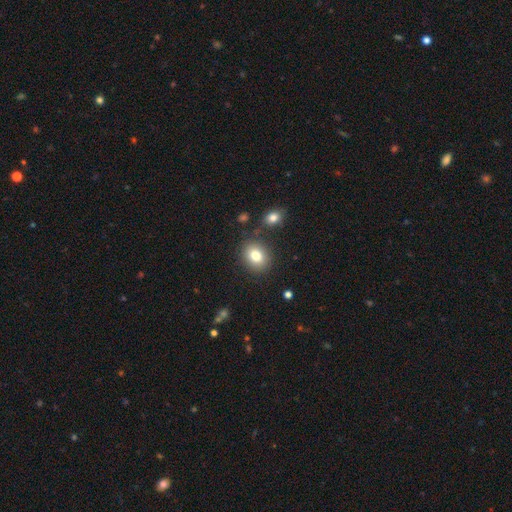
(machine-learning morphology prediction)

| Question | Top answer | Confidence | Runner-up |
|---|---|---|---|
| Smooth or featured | smooth | 81% | star or artifact (10%) |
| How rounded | round | 54% | in between (45%) |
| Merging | none | 82% | minor disturbance (9%) |